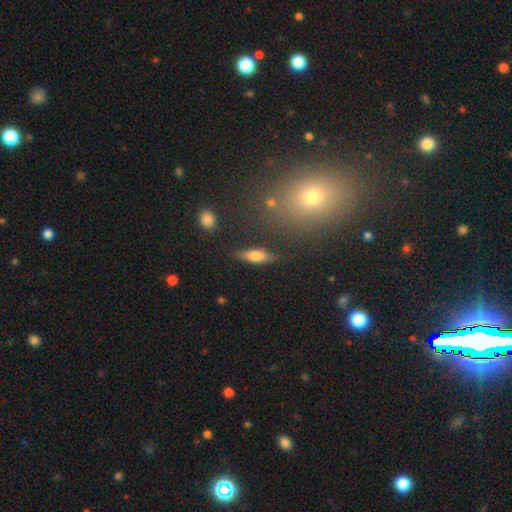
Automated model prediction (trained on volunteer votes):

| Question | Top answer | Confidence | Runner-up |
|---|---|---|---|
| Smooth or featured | smooth | 70% | featured or disk (23%) |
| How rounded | in between | 51% | cigar-shaped (46%) |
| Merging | none | 79% | minor disturbance (14%) |